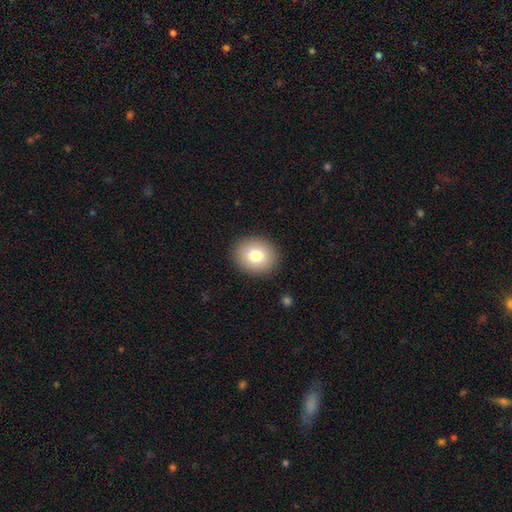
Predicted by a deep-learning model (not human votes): Q: Smooth or featured?
A: smooth (79%); runner-up: featured or disk (13%)
Q: How rounded?
A: round (65%); runner-up: in between (34%)
Q: Merging?
A: none (90%); runner-up: minor disturbance (7%)